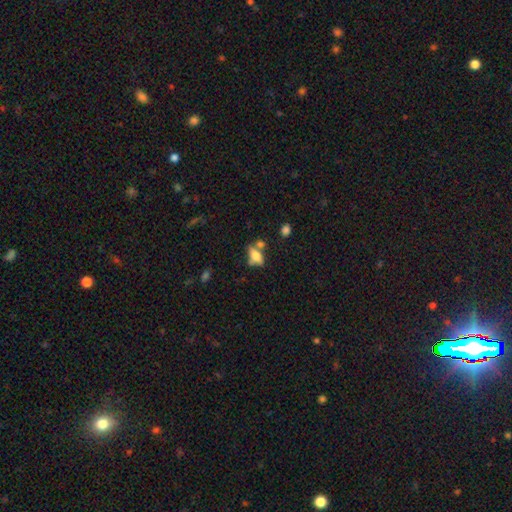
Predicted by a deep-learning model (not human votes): Smooth or featured?
  - smooth: 61% *
  - featured or disk: 28%
  - star or artifact: 11%
How rounded?
  - in between: 78% *
  - cigar-shaped: 14%
  - round: 7%
Merging?
  - none: 44% *
  - merger: 26%
  - minor disturbance: 20%
  - major disturbance: 10%